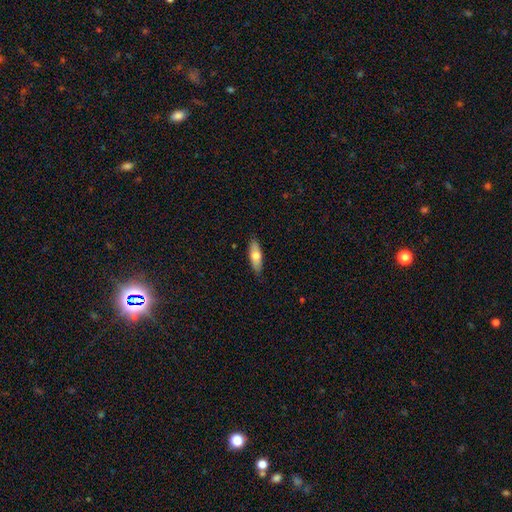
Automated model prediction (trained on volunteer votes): The model was most divided on "how rounded": in between: 59%, cigar-shaped: 39%, round: 2%. More confident: merging — none (85%); smooth or featured — smooth (68%).